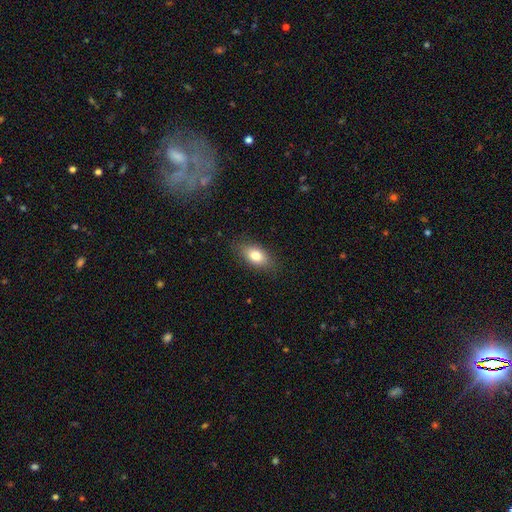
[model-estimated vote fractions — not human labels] Smooth or featured: smooth — 79% (featured or disk — 13%)
How rounded: in between — 86% (round — 8%)
Merging: none — 84% (minor disturbance — 12%)